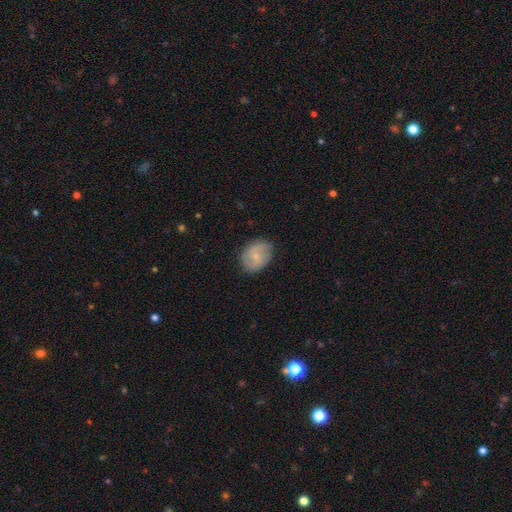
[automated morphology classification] Overall: featured or disk (51%; smooth 42%). Edge-on disk: no (97%). Merging: none (82%).